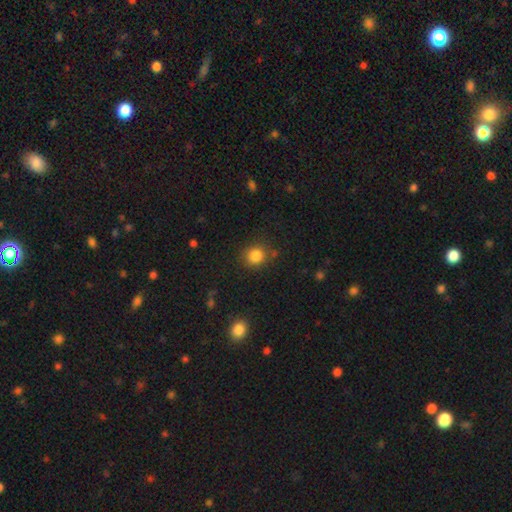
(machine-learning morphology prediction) This is clearly a smooth galaxy (84%). How rounded: clearly round (83%). Merging: clearly none (81%).